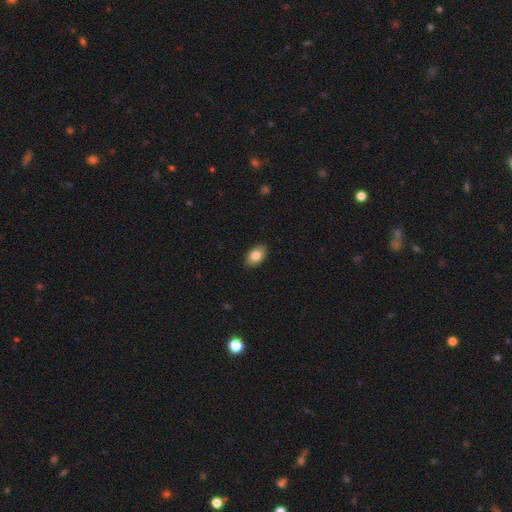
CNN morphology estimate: A smooth galaxy with no disk features (82%) that is in between round and cigar-shaped (89%).

Vote fractions:
- Smooth or featured? smooth: 82% / featured or disk: 11% / star or artifact: 7%
- How rounded? in between: 89% / round: 9% / cigar-shaped: 1%
- Merging? none: 89% / minor disturbance: 9% / major disturbance: 2% / merger: 1%